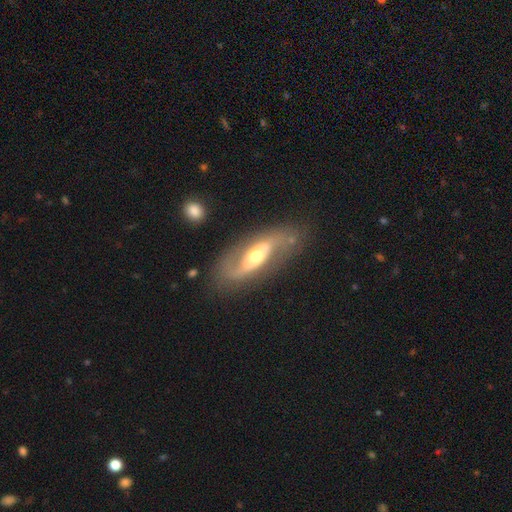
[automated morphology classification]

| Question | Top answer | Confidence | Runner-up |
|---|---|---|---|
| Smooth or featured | featured or disk | 77% | smooth (17%) |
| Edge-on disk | no | 87% | yes (13%) |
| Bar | strong | 37% | weak (32%) |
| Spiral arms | yes | 83% | no (17%) |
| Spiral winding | loose | 59% | medium (31%) |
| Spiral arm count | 2 | 87% | 1 (5%) |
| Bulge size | moderate | 68% | large (16%) |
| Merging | none | 70% | minor disturbance (17%) |